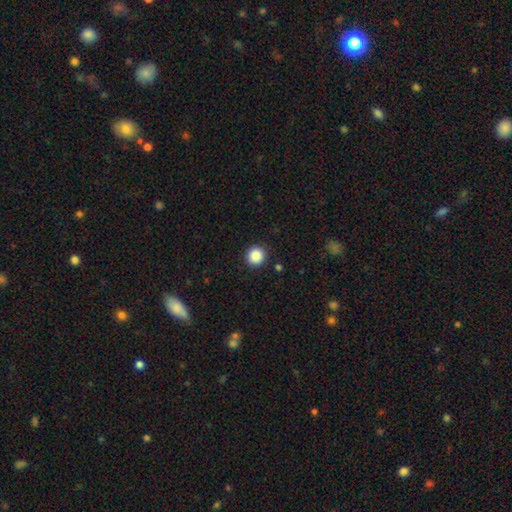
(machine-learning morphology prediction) Smooth or featured? Predicted: smooth (p=0.87). How rounded? Predicted: round (p=0.92). Merging? Predicted: none (p=0.91).